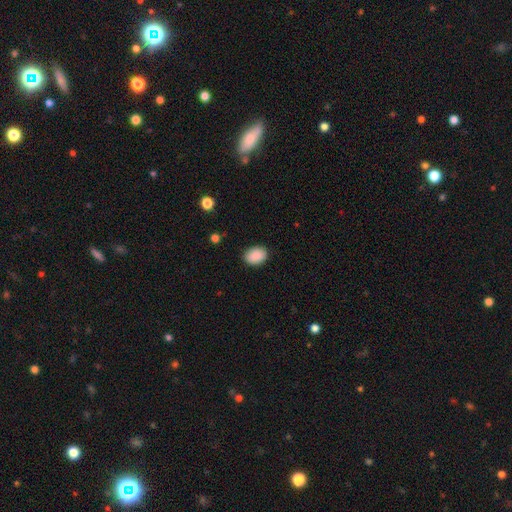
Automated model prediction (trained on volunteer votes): Smooth or featured?
  - smooth: 90% *
  - star or artifact: 7%
  - featured or disk: 3%
How rounded?
  - in between: 72% *
  - round: 27%
  - cigar-shaped: 1%
Merging?
  - none: 88% *
  - minor disturbance: 9%
  - major disturbance: 2%
  - merger: 1%